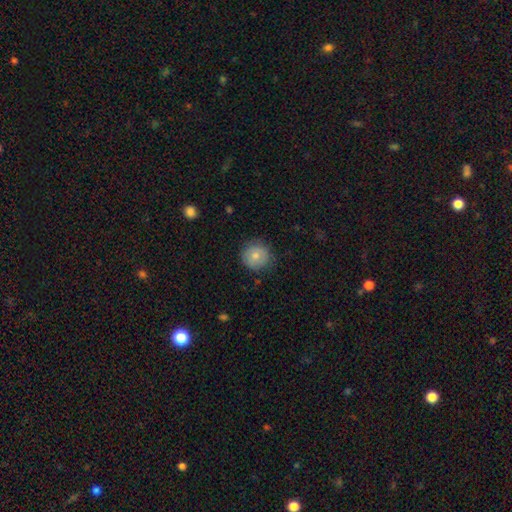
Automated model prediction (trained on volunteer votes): This appears to be a smooth galaxy with no disk features (75%) that is round (92%). Merging: none (78%).